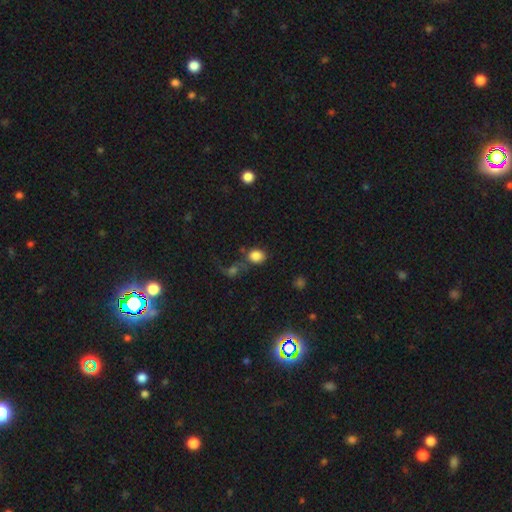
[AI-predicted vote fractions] This appears to be a smooth galaxy with no disk features (83%) that is round (56%). Merging: none (47%).